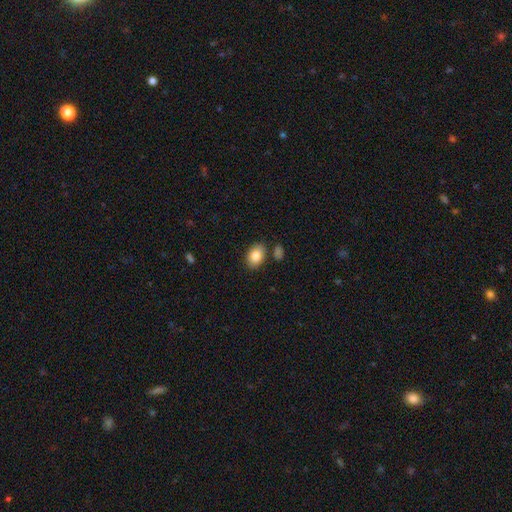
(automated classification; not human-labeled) The model was most divided on "how rounded": in between: 82%, round: 17%, cigar-shaped: 1%. More confident: smooth or featured — smooth (84%); merging — none (80%).